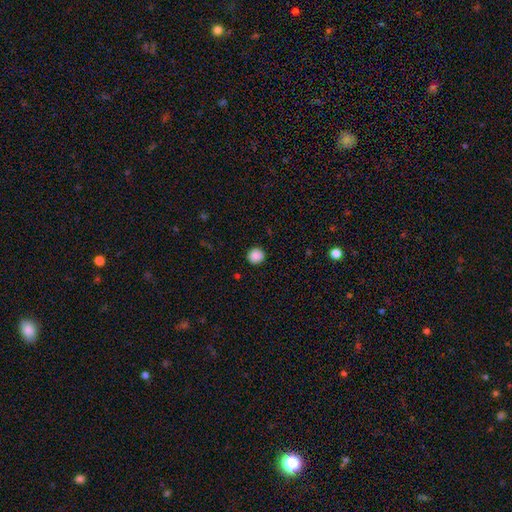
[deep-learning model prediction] A smooth galaxy with no disk features (88%) that is round (91%). Merging: none (91%).